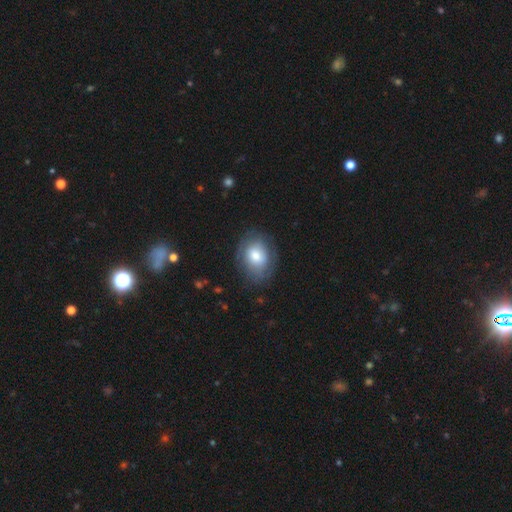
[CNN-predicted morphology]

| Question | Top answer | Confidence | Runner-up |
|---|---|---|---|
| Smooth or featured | smooth | 65% | featured or disk (28%) |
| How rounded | in between | 63% | round (36%) |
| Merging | none | 75% | minor disturbance (17%) |